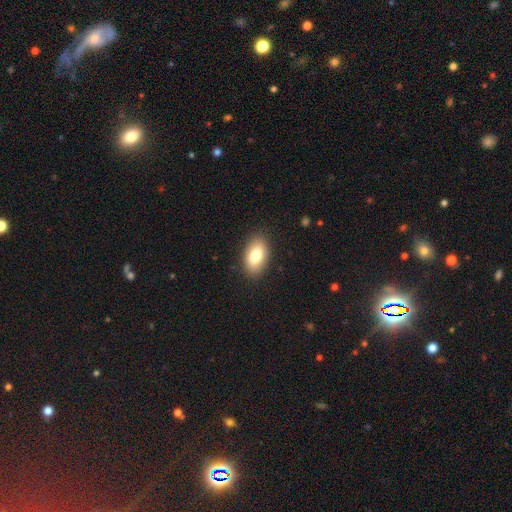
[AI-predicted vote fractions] Q: Smooth or featured?
A: smooth (81%); runner-up: featured or disk (12%)
Q: How rounded?
A: in between (92%); runner-up: round (6%)
Q: Merging?
A: none (88%); runner-up: minor disturbance (9%)